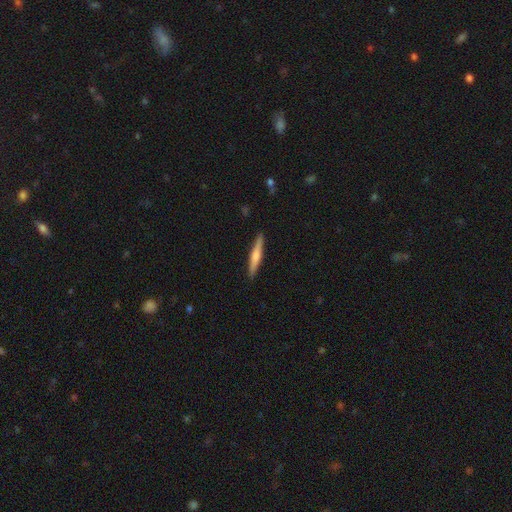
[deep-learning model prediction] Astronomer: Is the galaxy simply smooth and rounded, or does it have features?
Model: smooth — 51% (runner-up: featured or disk, 43%).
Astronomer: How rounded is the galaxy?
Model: cigar-shaped — 93%.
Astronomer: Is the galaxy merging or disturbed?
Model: none — 91%.